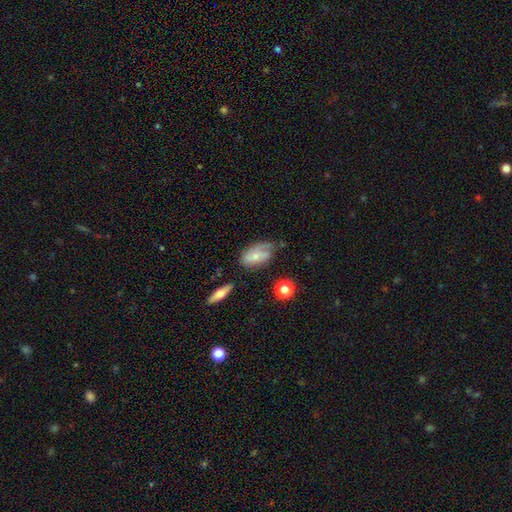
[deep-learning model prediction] smooth_or_featured: featured or disk (p=0.47) [alt: smooth p=0.46]
merging: none (p=0.43) [alt: minor disturbance p=0.32]